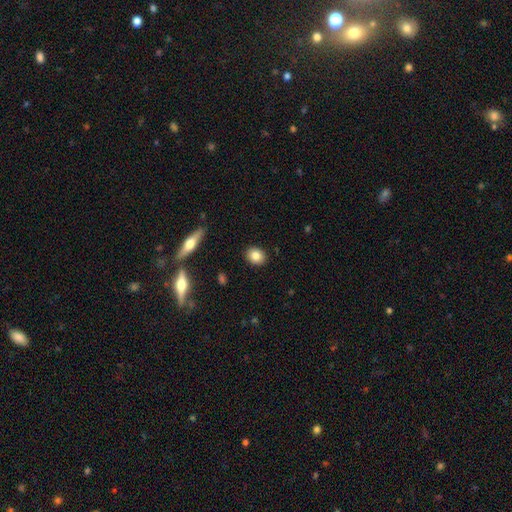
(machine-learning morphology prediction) Smooth or featured? Predicted: smooth (p=0.83). How rounded? Predicted: round (p=0.52). Merging? Predicted: none (p=0.90).